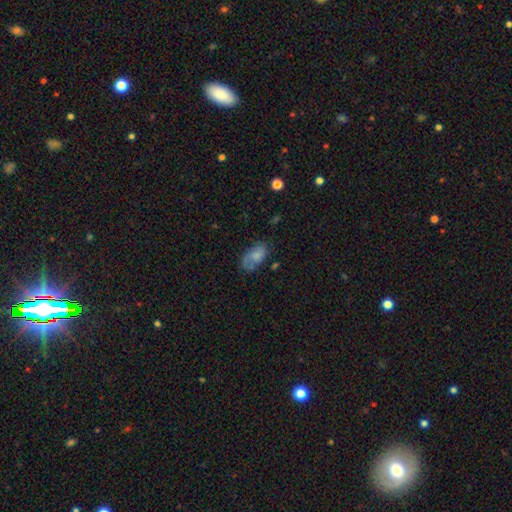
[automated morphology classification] Smooth or featured: smooth — 67% (featured or disk — 24%)
How rounded: in between — 92% (round — 5%)
Merging: none — 54% (minor disturbance — 28%)